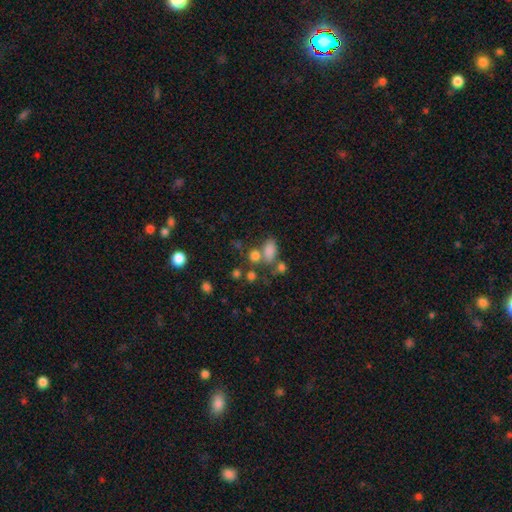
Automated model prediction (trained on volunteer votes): Smooth or featured? smooth (74%)
How rounded? in between (52%)
Merging? none (50%)